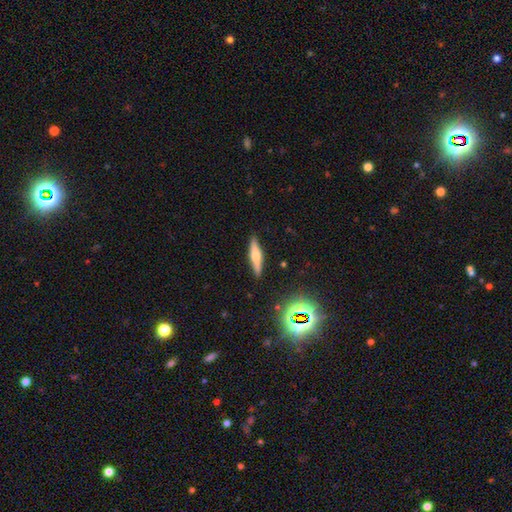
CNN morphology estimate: A featured or disk galaxy (46%). Merging: none (88%).